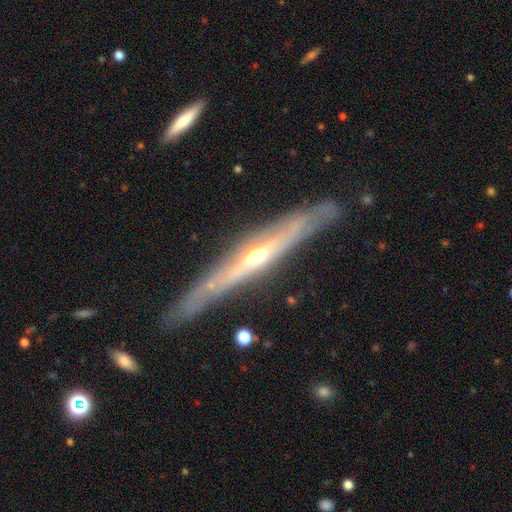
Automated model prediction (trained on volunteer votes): This is clearly a featured or disk galaxy (80%). It is clearly viewed edge-on (86%). Edge-on bulge: likely rounded (79%). Merging: clearly none (81%).